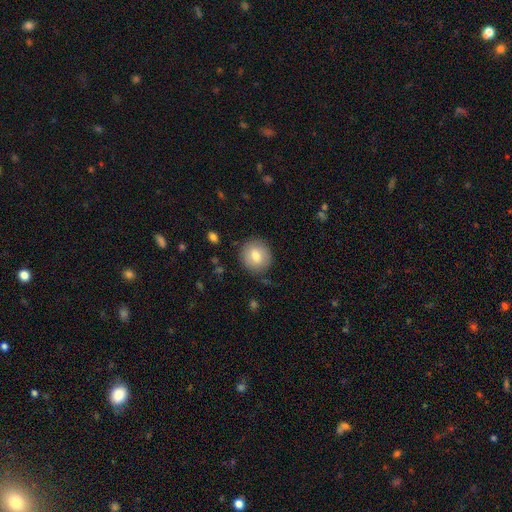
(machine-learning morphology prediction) smooth 77%, featured or disk 15%, star or artifact 8%. Down the decision tree: how rounded — round (86%); merging — none (85%).